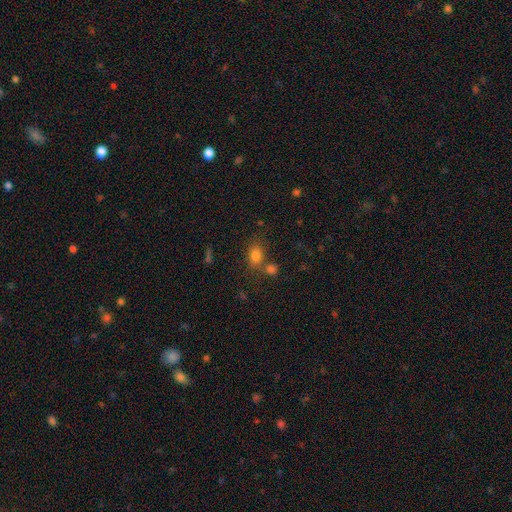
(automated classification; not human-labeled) Smooth or featured: smooth — 79% (star or artifact — 13%)
How rounded: in between — 69% (round — 29%)
Merging: none — 61% (merger — 21%)